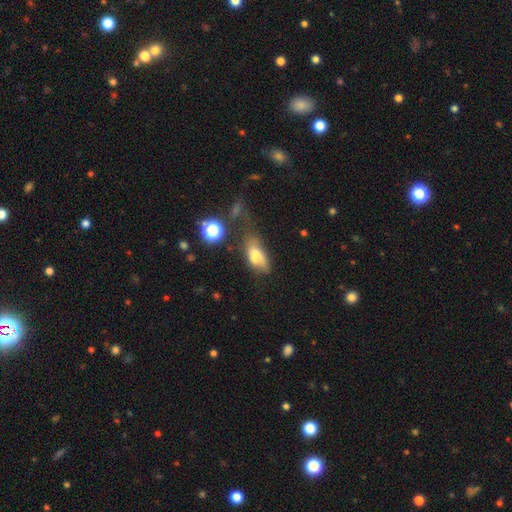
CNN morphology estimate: Q: Smooth or featured?
A: smooth (65%); runner-up: featured or disk (23%)
Q: How rounded?
A: in between (83%); runner-up: cigar-shaped (10%)
Q: Merging?
A: major disturbance (29%); runner-up: minor disturbance (28%)